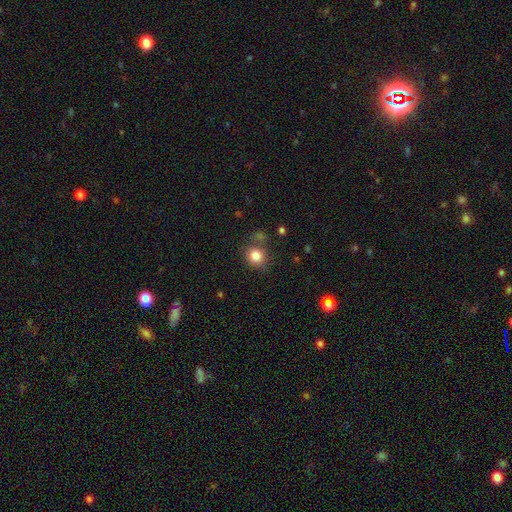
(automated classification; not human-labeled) This is clearly a smooth galaxy (83%). How rounded: clearly round (85%). Merging: likely none (76%).